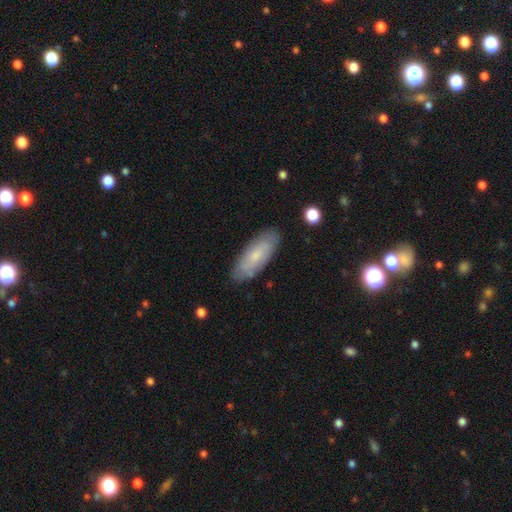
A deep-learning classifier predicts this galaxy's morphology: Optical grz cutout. It shows a smooth galaxy with no disk features (60%) that is in between round and cigar-shaped (74%). Merging: none (84%).